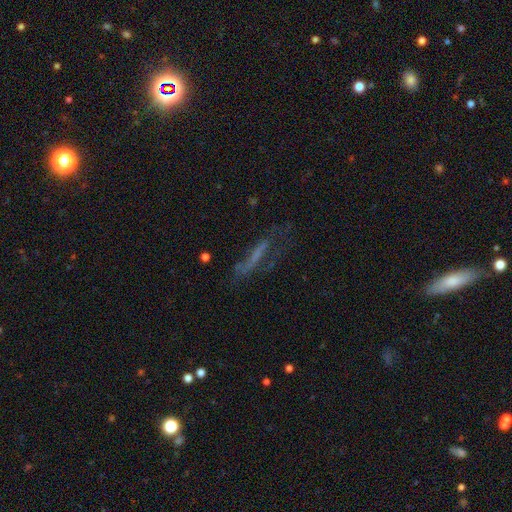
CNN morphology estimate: featured or disk 46%, smooth 37%, star or artifact 18%. Down the decision tree: merging — none (47%).